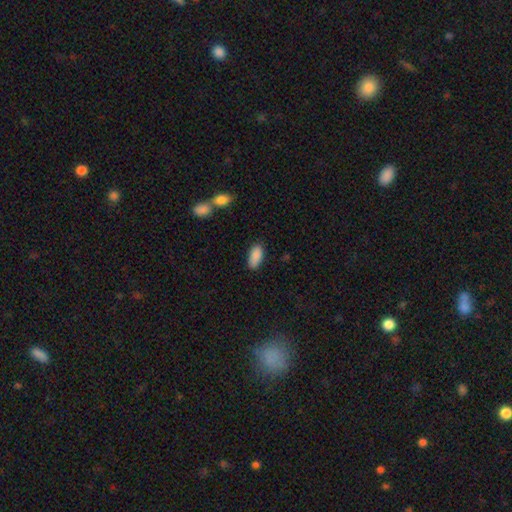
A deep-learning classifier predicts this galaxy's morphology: This appears to be a smooth galaxy with no disk features (89%) that is in between round and cigar-shaped (88%). Merging: none (80%).